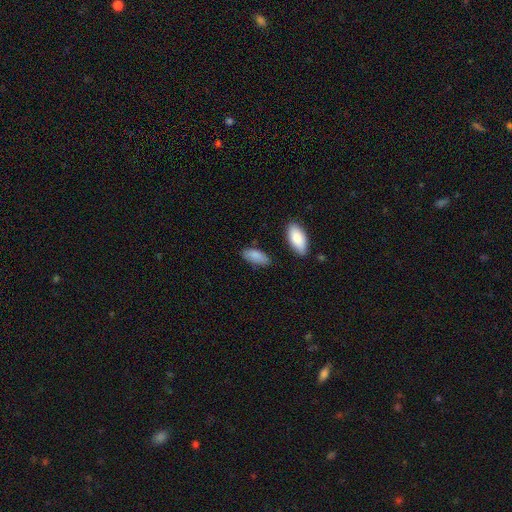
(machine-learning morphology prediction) A smooth galaxy with no disk features (87%) that is in between round and cigar-shaped (88%). Merging: none (74%).